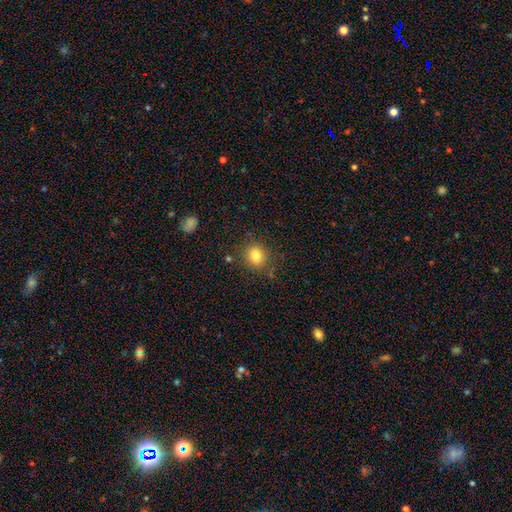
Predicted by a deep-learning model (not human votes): Q: Smooth or featured?
A: smooth (81%); runner-up: star or artifact (12%)
Q: How rounded?
A: round (67%); runner-up: in between (32%)
Q: Merging?
A: none (82%); runner-up: minor disturbance (11%)